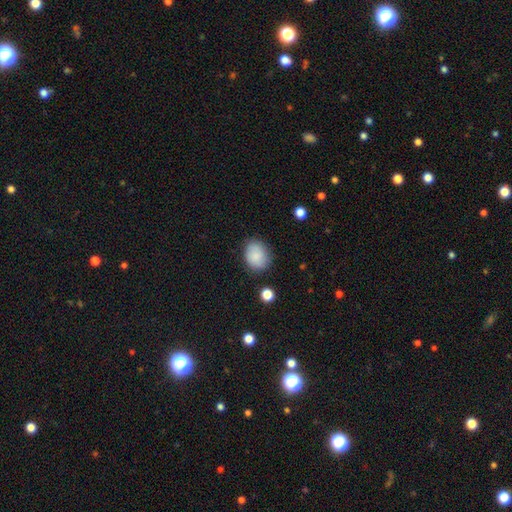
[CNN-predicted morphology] Overall: smooth (86%). How rounded: in between (54%; round 45%). Merging: none (80%).